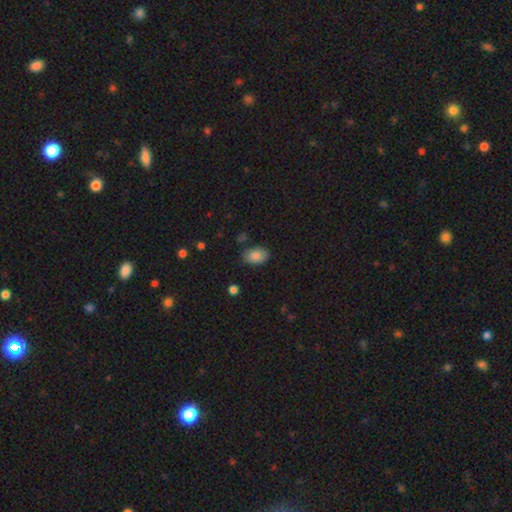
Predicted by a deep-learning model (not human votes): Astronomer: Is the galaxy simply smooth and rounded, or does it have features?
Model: smooth — 85%.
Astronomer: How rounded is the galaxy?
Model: in between — 87%.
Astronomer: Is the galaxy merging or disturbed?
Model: none — 77%.